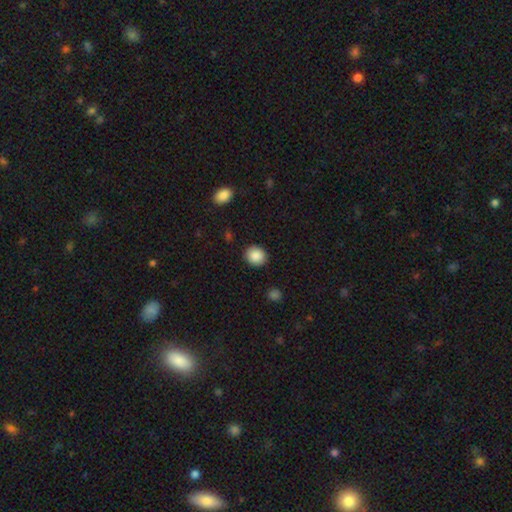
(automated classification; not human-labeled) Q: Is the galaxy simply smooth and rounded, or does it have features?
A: smooth — 88%.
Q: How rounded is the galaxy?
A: round — 82%.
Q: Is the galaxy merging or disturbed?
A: none — 91%.